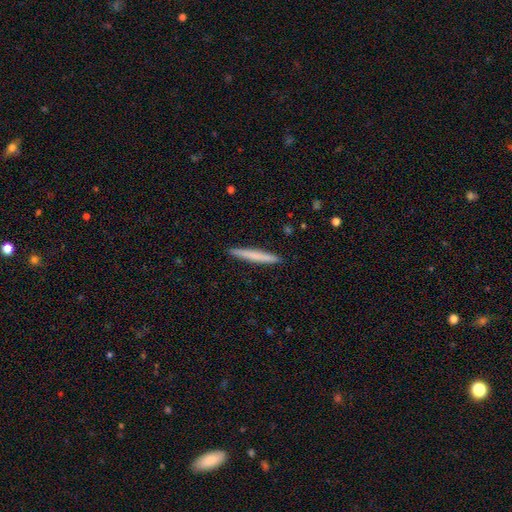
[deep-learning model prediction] smooth_or_featured: smooth (p=0.69) [alt: featured or disk p=0.26]
how_rounded: cigar-shaped (p=0.97) [alt: in between p=0.02]
merging: none (p=0.92) [alt: minor disturbance p=0.05]